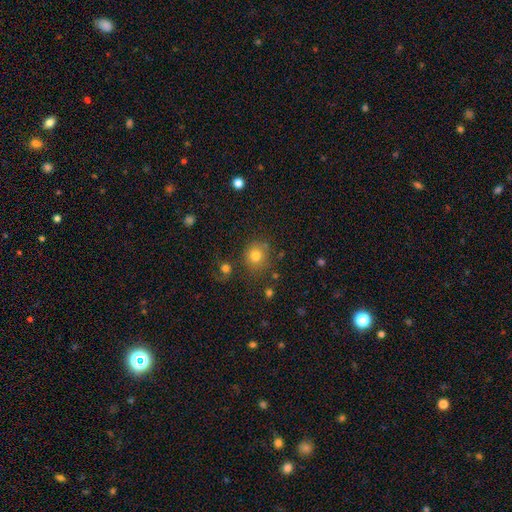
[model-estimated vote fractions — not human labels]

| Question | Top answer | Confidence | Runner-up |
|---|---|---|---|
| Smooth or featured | smooth | 78% | star or artifact (14%) |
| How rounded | round | 80% | in between (19%) |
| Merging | none | 71% | minor disturbance (14%) |